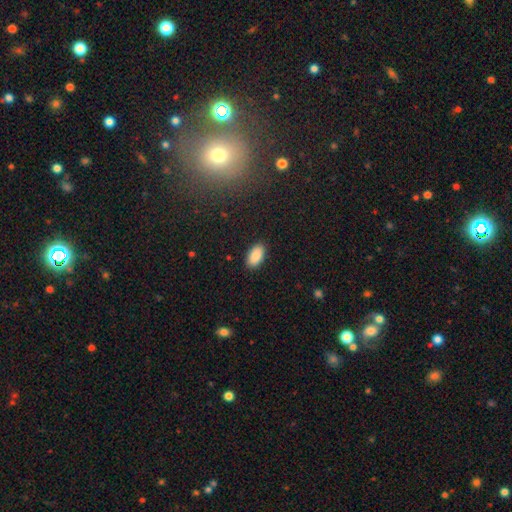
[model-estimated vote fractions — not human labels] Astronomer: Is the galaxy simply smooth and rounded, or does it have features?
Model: smooth — 90%.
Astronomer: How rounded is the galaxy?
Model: in between — 95%.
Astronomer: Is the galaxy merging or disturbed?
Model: none — 89%.